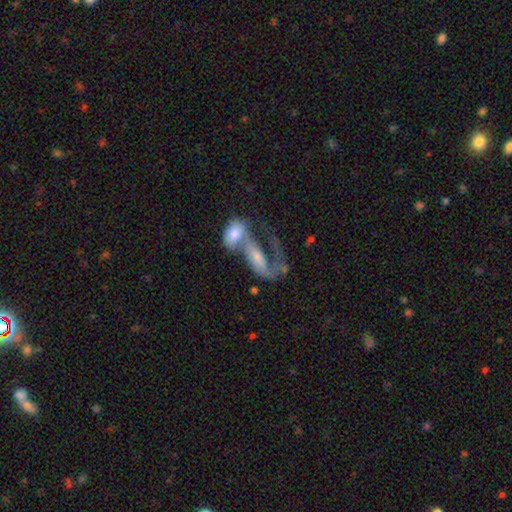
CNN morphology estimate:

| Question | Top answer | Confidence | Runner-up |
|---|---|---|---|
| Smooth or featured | featured or disk | 59% | smooth (32%) |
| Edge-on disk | no | 91% | yes (9%) |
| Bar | no | 54% | weak (30%) |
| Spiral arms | yes | 66% | no (34%) |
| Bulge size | moderate | 41% | small (32%) |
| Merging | merger | 71% | major disturbance (13%) |